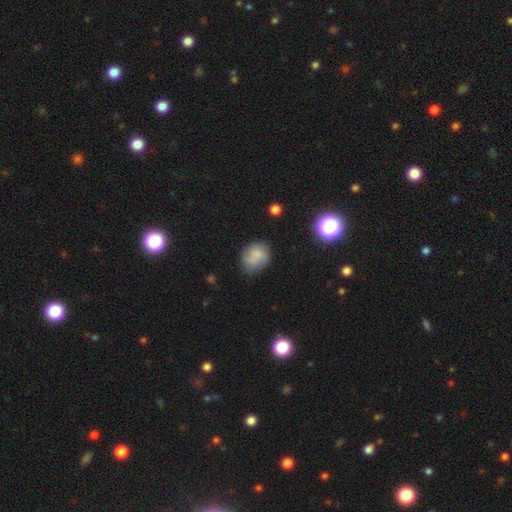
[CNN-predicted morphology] smooth_or_featured: smooth (p=0.69) [alt: featured or disk p=0.21]
how_rounded: round (p=0.56) [alt: in between p=0.43]
merging: none (p=0.61) [alt: minor disturbance p=0.28]